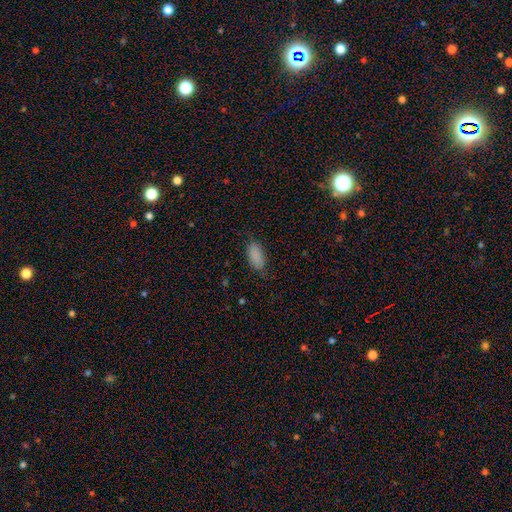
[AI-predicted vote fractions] Smooth or featured? smooth (88%)
How rounded? in between (91%)
Merging? none (80%)